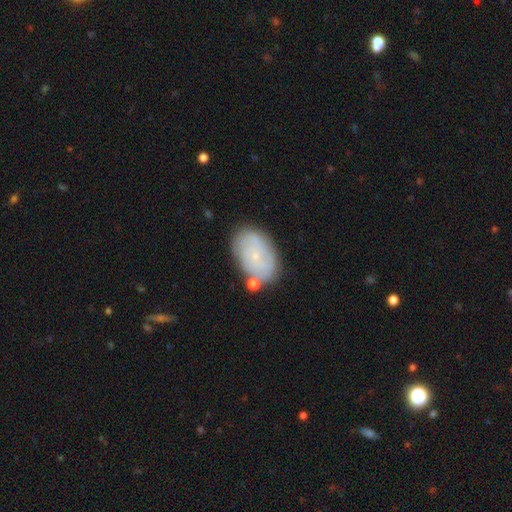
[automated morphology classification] featured or disk 52%, smooth 39%, star or artifact 8%. Down the decision tree: edge-on disk — no (96%); bar — no (82%); spiral arms — yes (71%); bulge size — small (85%); merging — none (72%).